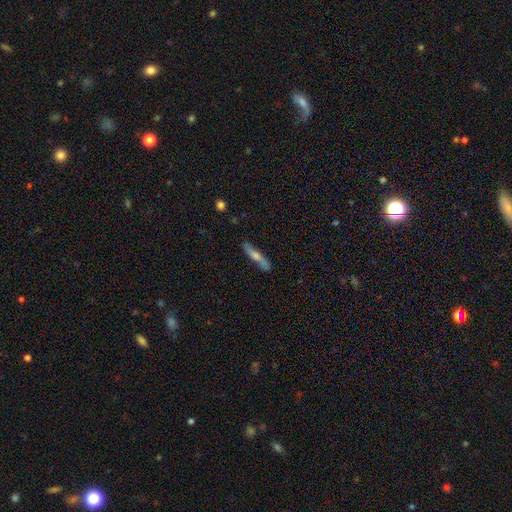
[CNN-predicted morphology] The model was most divided on "smooth or featured": featured or disk: 53%, smooth: 40%, star or artifact: 7%. More confident: merging — none (78%); edge-on disk — yes (75%).